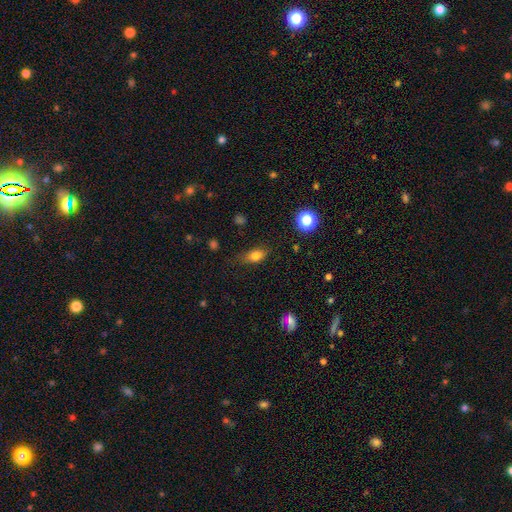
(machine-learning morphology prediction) type=smooth (80%); roundness=in between (78%); merging=none (68%).